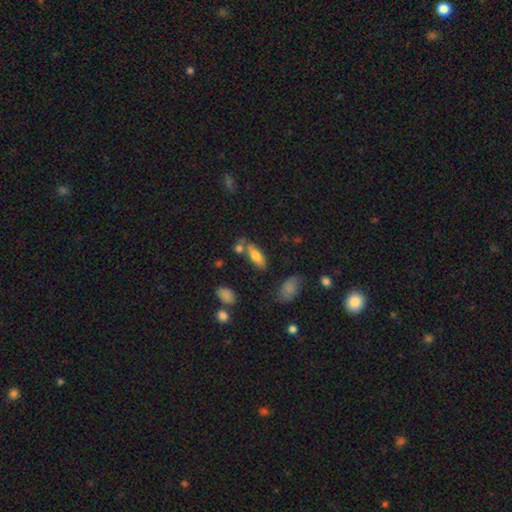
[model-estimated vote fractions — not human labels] smooth_or_featured: smooth (p=0.70) [alt: featured or disk p=0.23]
how_rounded: in between (p=0.64) [alt: cigar-shaped p=0.33]
merging: none (p=0.61) [alt: merger p=0.17]